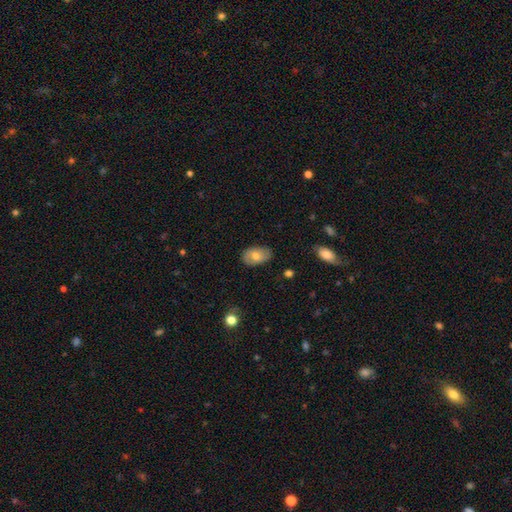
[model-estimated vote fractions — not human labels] The model was most divided on "smooth or featured": smooth: 65%, featured or disk: 28%, star or artifact: 7%. More confident: how rounded — in between (91%); merging — none (80%).